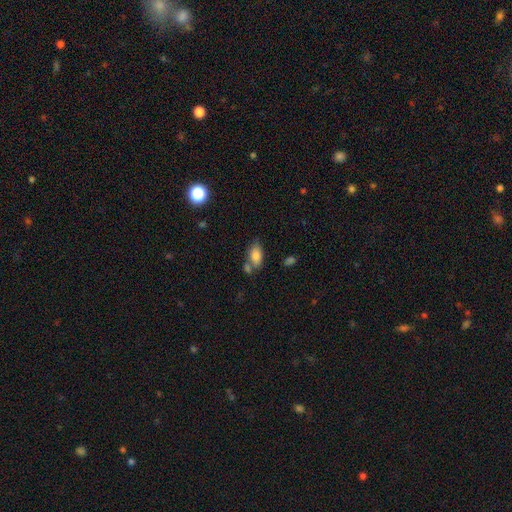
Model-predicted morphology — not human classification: This is clearly a smooth galaxy (83%). How rounded: clearly in between (91%). Merging: possibly none (52%).